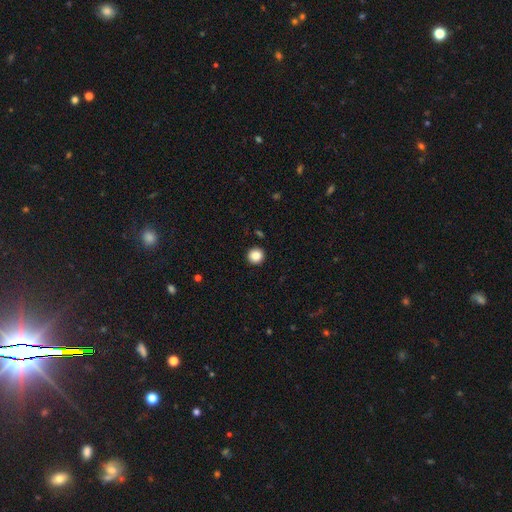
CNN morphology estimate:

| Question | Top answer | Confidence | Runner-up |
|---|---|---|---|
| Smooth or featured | smooth | 86% | star or artifact (10%) |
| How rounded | round | 94% | in between (5%) |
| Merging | none | 93% | minor disturbance (5%) |